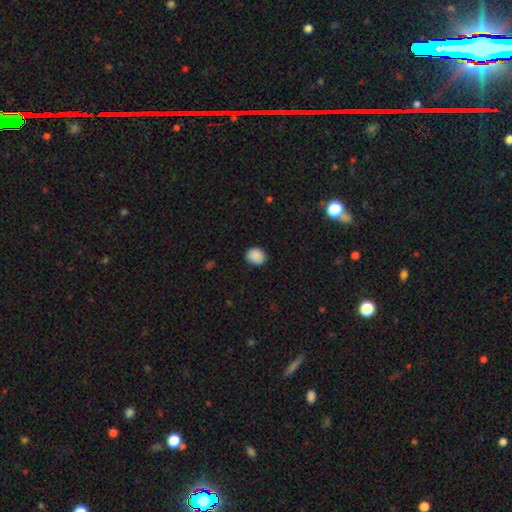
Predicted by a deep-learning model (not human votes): Smooth or featured: smooth — 89% (star or artifact — 8%)
How rounded: round — 63% (in between — 36%)
Merging: none — 86% (minor disturbance — 10%)